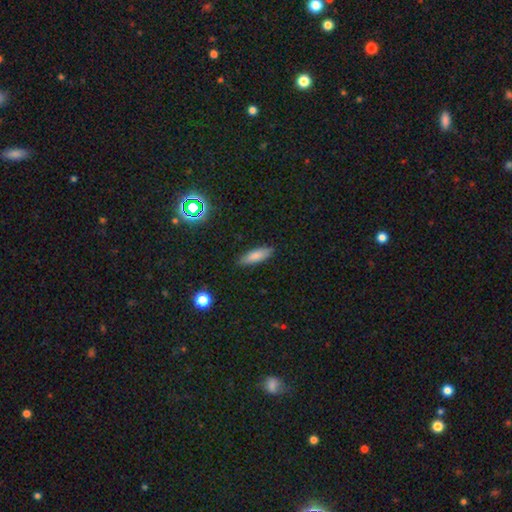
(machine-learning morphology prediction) Q: Smooth or featured?
A: smooth (80%); runner-up: featured or disk (11%)
Q: How rounded?
A: cigar-shaped (49%); tied with: in between (49%)
Q: Merging?
A: none (87%); runner-up: minor disturbance (10%)